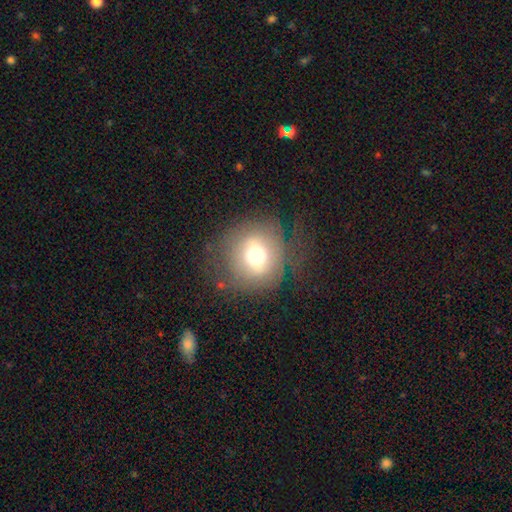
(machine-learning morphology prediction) smooth 55%, featured or disk 32%, star or artifact 13%. Down the decision tree: how rounded — round (89%); merging — none (64%).